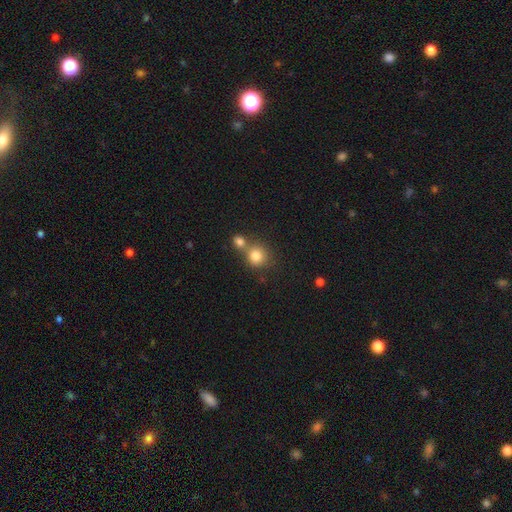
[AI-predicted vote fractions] This appears to be a smooth galaxy with no disk features (82%) that is round (87%). Merging: none (49%).